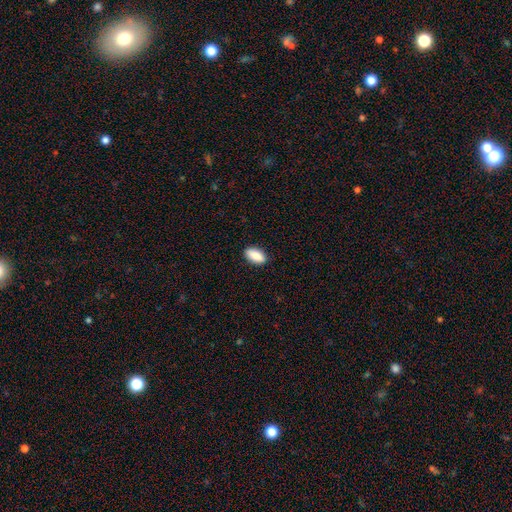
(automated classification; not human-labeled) Smooth or featured? smooth (89%)
How rounded? in between (90%)
Merging? none (88%)